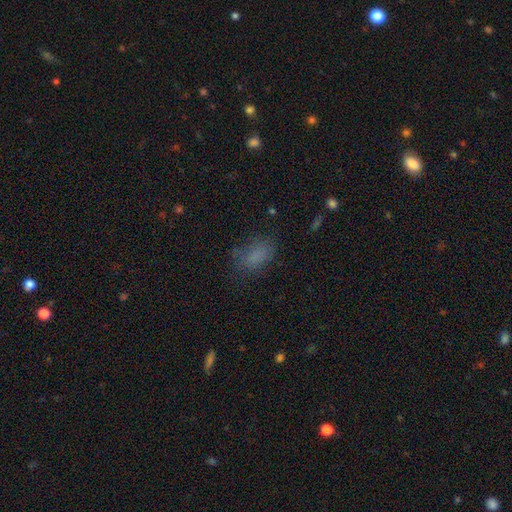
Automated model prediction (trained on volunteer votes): Smooth or featured: smooth — 76% (star or artifact — 14%)
How rounded: in between — 86% (round — 12%)
Merging: none — 65% (minor disturbance — 21%)